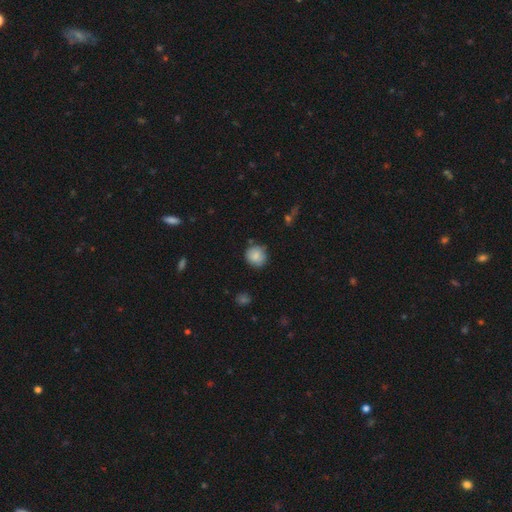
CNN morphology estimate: Overall: smooth (84%). How rounded: round (89%). Merging: none (79%).